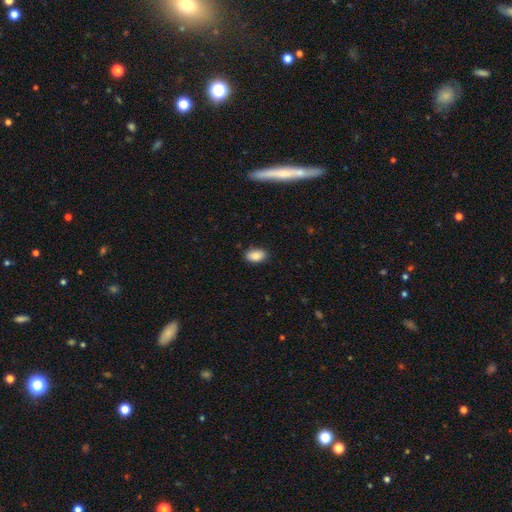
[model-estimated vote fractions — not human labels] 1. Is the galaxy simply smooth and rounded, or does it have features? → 87% smooth, 8% star or artifact, 5% featured or disk.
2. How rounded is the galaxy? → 91% in between, 7% round, 2% cigar-shaped.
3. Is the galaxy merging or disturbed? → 86% none, 11% minor disturbance, 2% major disturbance, 1% merger.